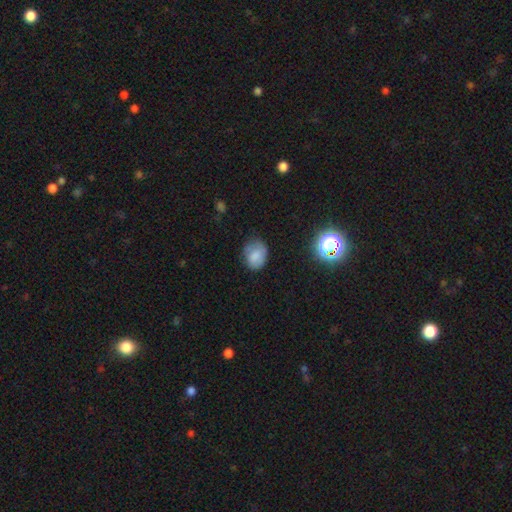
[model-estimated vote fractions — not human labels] Smooth or featured?
  - smooth: 73% *
  - featured or disk: 16%
  - star or artifact: 11%
How rounded?
  - in between: 52% *
  - round: 47%
  - cigar-shaped: 1%
Merging?
  - none: 62% *
  - minor disturbance: 27%
  - major disturbance: 9%
  - merger: 2%